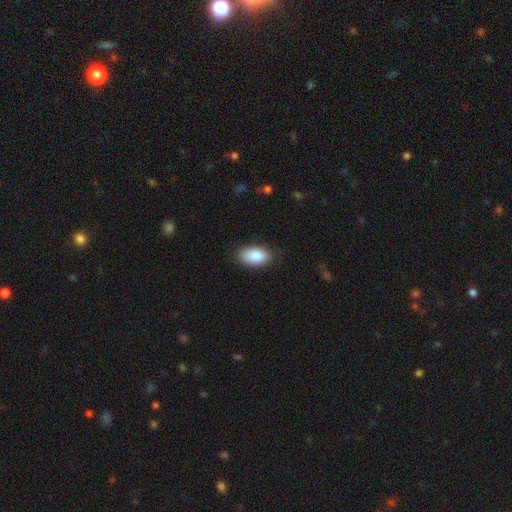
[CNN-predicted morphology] This appears to be a smooth galaxy with no disk features (85%) that is in between round and cigar-shaped (93%). Merging: none (82%).